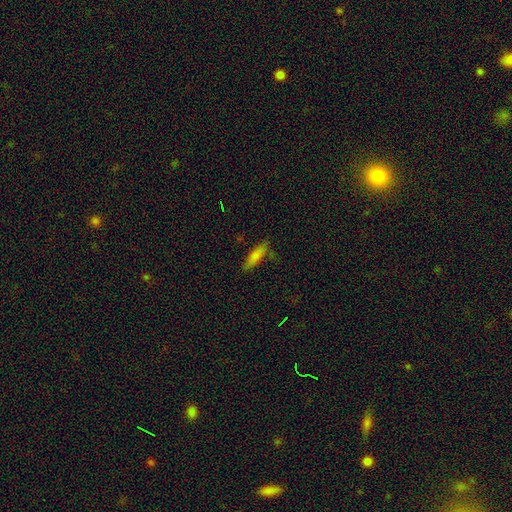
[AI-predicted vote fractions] smooth 79%, featured or disk 12%, star or artifact 9%. Down the decision tree: how rounded — cigar-shaped (55%); merging — none (75%).